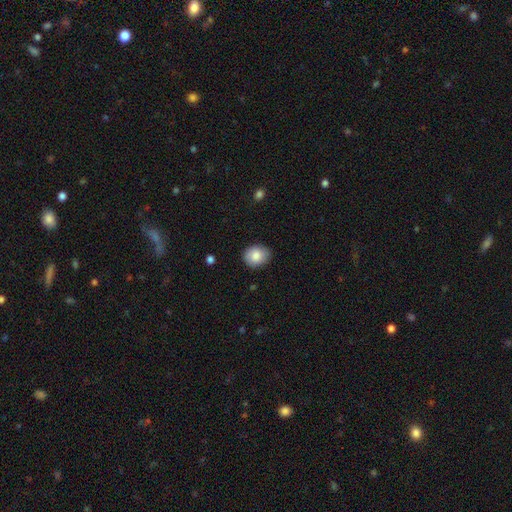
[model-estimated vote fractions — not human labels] Q: Smooth or featured?
A: smooth (83%); runner-up: featured or disk (10%)
Q: How rounded?
A: round (56%); runner-up: in between (43%)
Q: Merging?
A: none (83%); runner-up: minor disturbance (13%)